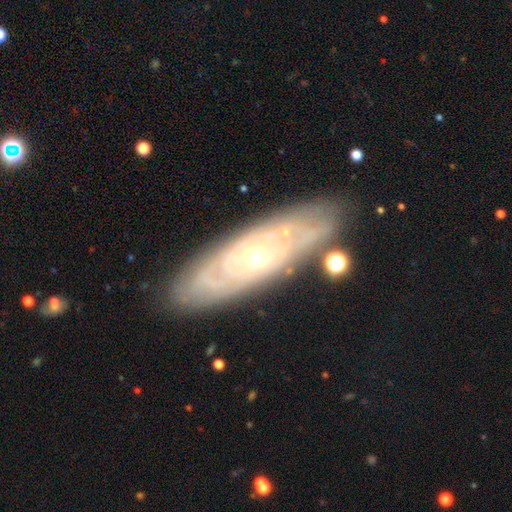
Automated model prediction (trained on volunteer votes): This appears to be a featured or disk galaxy (79%) with no bar (75%), spiral arms (77%) and a small central bulge (59%). Merging: none (81%).